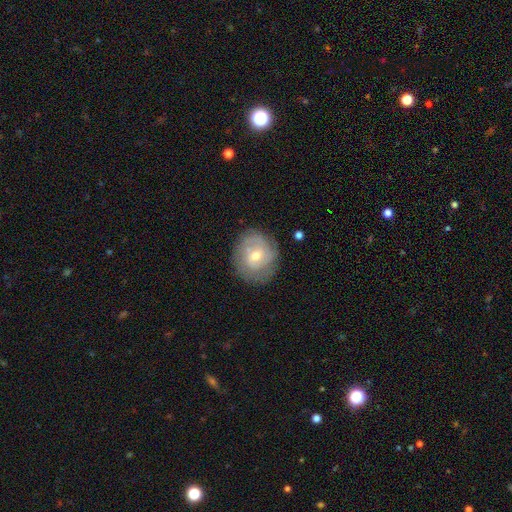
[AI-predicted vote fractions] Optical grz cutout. It shows a featured or disk galaxy (66%) with no bar (55%), tight (62%) spiral arms (83%) and a moderate central bulge (59%). Merging: none (77%).